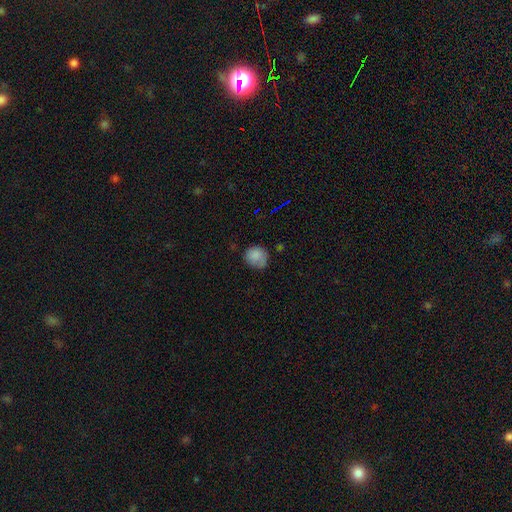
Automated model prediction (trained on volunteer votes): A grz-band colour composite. It shows a smooth galaxy with no disk features (81%) that is round (77%). Merging: none (58%).